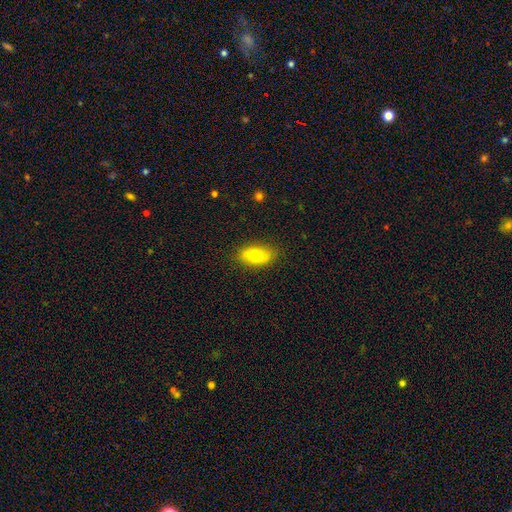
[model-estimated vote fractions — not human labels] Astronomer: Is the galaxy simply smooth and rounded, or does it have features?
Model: smooth — 72%.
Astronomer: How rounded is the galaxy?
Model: in between — 89%.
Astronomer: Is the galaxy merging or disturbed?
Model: none — 85%.